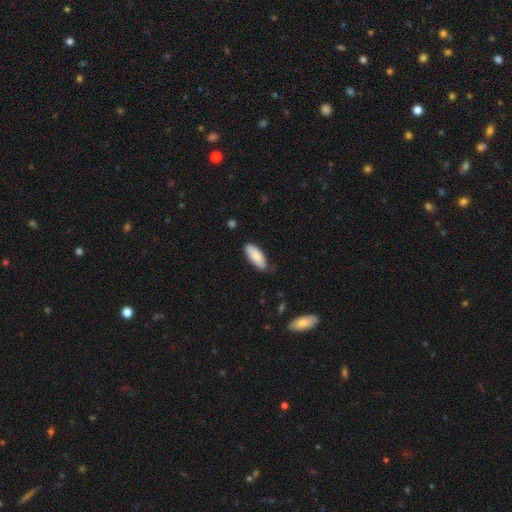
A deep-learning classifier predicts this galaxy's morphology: Smooth or featured? smooth (87%)
How rounded? in between (82%)
Merging? none (72%)